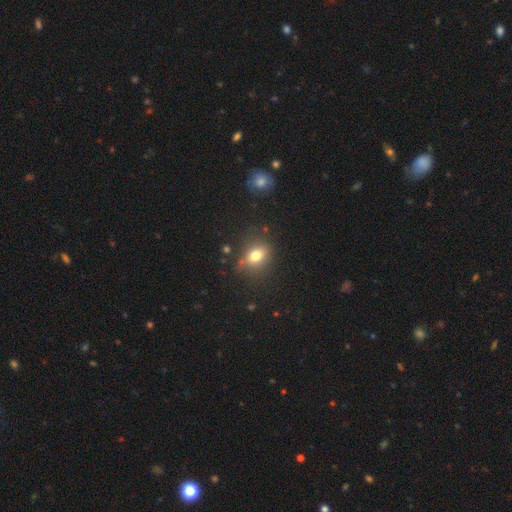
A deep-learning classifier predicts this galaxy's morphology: This is likely a smooth galaxy (77%). How rounded: possibly in between (55%). Merging: likely none (75%).